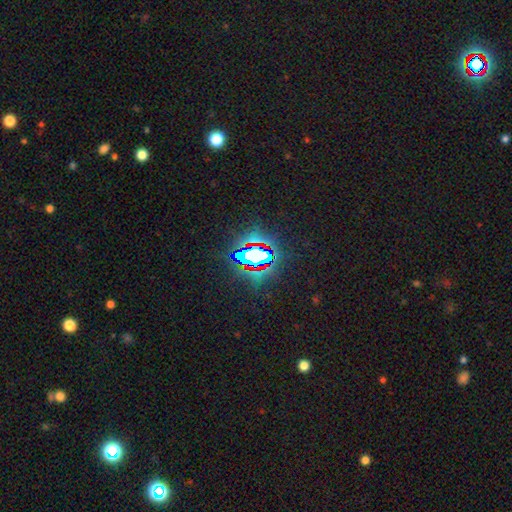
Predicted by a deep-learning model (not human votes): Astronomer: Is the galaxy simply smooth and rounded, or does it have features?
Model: star or artifact — 75%.